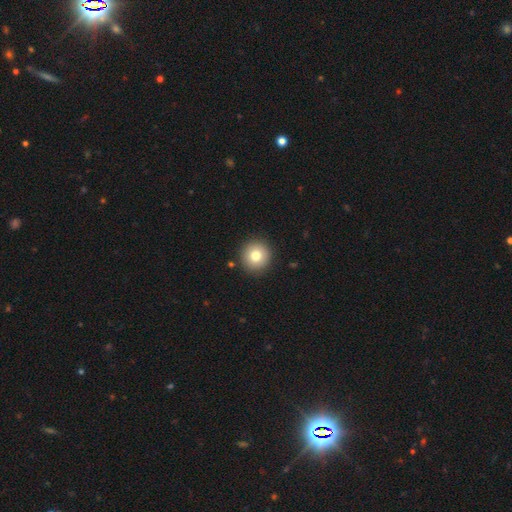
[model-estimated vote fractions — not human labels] Morphology: type=smooth (78%); roundness=round (95%); merging=none (91%).